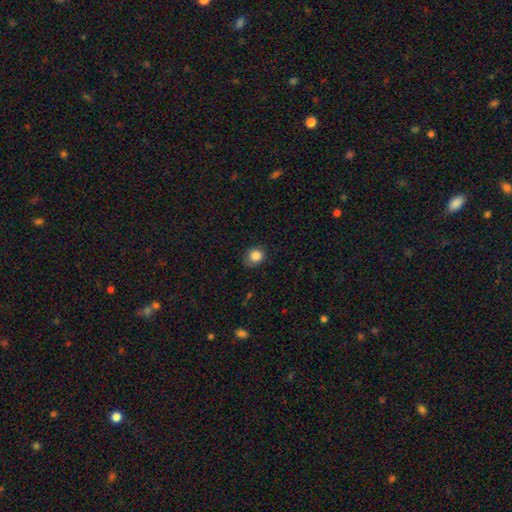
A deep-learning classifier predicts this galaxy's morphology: type=smooth (85%); roundness=round (79%); merging=none (73%).